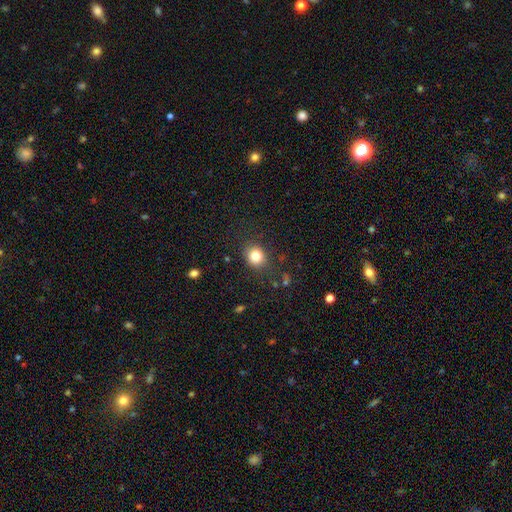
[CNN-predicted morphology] The model was most divided on "how rounded": round: 72%, in between: 27%, cigar-shaped: 1%. More confident: merging — none (84%); smooth or featured — smooth (82%).